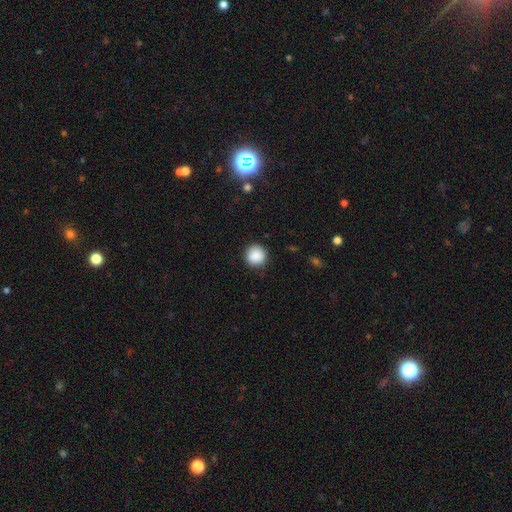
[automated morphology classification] Overall: smooth (88%). How rounded: round (94%). Merging: none (89%).